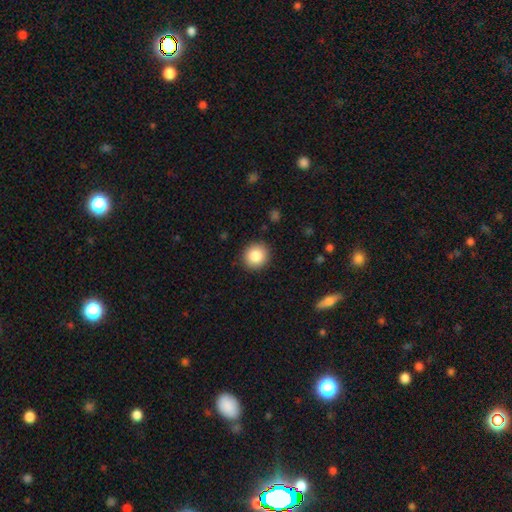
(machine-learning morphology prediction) Smooth or featured? smooth (86%)
How rounded? round (89%)
Merging? none (91%)